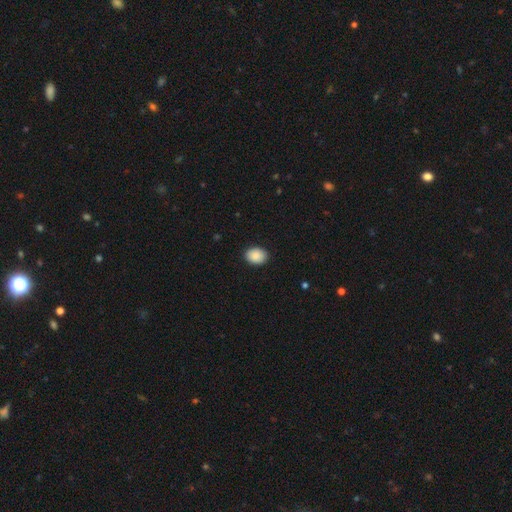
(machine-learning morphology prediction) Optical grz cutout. It shows a smooth galaxy with no disk features (90%) that is in between round and cigar-shaped (65%). Merging: none (90%).